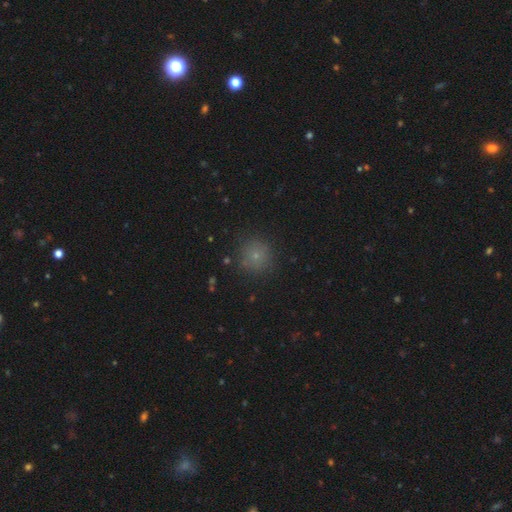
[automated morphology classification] The model was most divided on "smooth or featured": smooth: 71%, star or artifact: 20%, featured or disk: 8%. More confident: how rounded — round (93%); merging — none (86%).